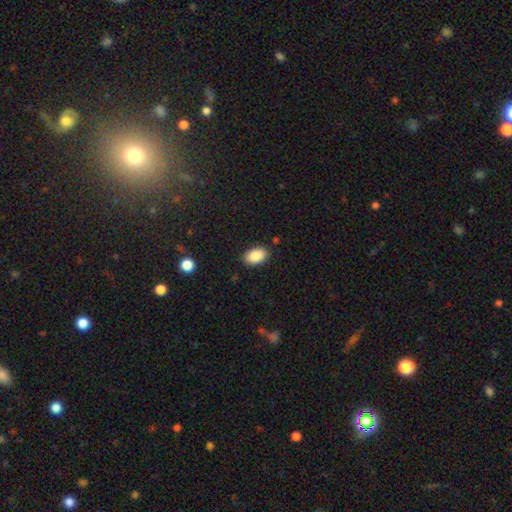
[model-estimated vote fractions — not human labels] Smooth or featured?
  - smooth: 89% *
  - star or artifact: 7%
  - featured or disk: 4%
How rounded?
  - in between: 92% *
  - round: 7%
  - cigar-shaped: 1%
Merging?
  - none: 88% *
  - minor disturbance: 9%
  - major disturbance: 2%
  - merger: 1%